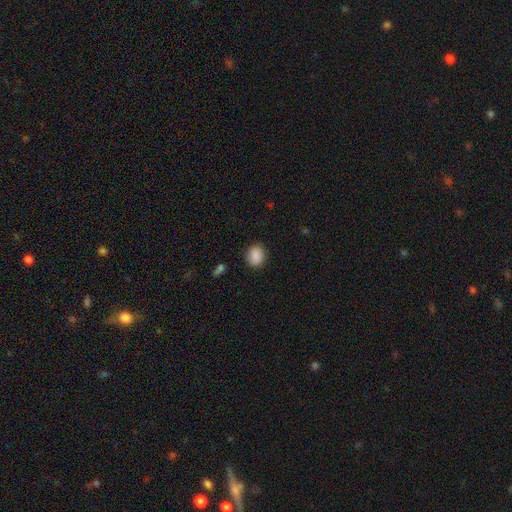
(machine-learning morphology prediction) Smooth or featured? Predicted: smooth (p=0.88). How rounded? Predicted: round (p=0.60). Merging? Predicted: none (p=0.86).